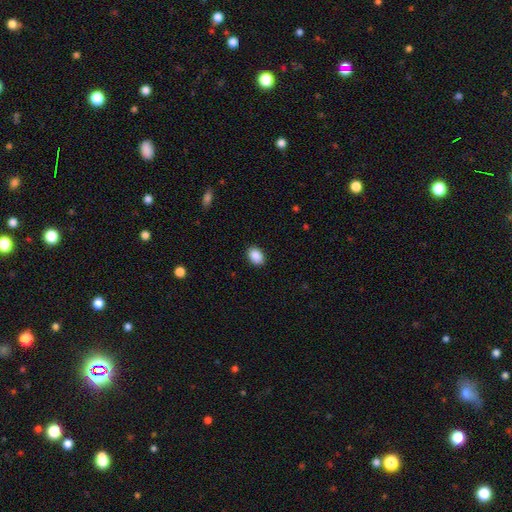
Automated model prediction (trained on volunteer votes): smooth-or-featured: smooth: 90% | star or artifact: 8% | featured or disk: 3%
  how-rounded: in between: 75% | round: 24% | cigar-shaped: 1%
  merging: none: 88% | minor disturbance: 9% | major disturbance: 2% | merger: 1%